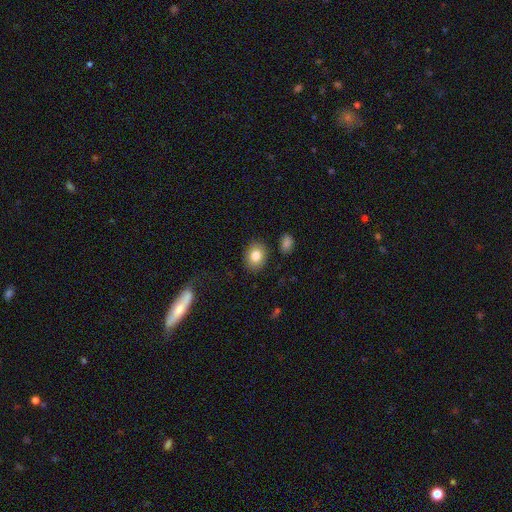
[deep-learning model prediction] Morphology: type=smooth (83%); roundness=in between (53%); merging=none (86%).